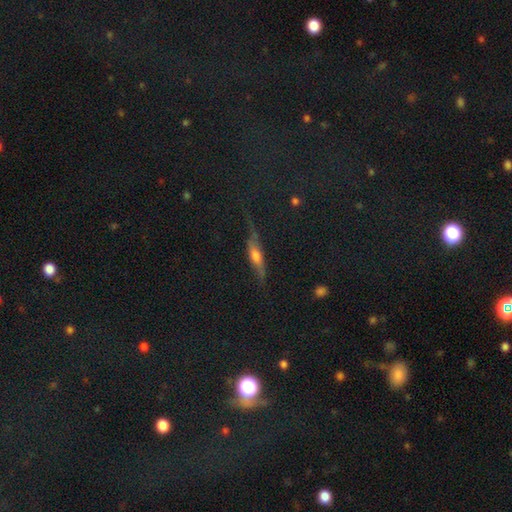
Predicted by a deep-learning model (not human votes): The model was most divided on "smooth or featured": featured or disk: 50%, smooth: 40%, star or artifact: 10%. More confident: merging — none (52%).